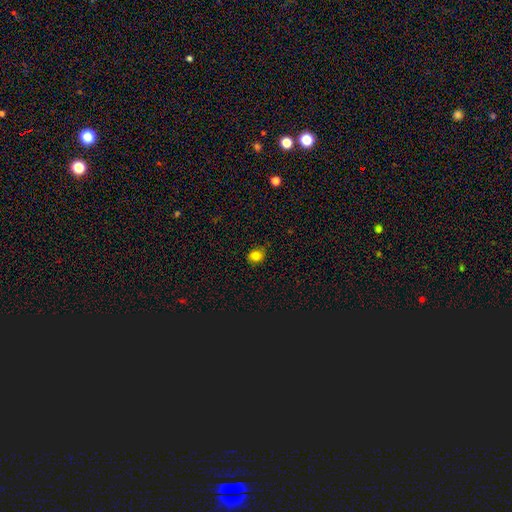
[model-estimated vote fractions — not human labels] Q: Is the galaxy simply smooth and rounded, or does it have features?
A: smooth — 82%.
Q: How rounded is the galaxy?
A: round — 59%.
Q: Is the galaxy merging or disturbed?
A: none — 78%.